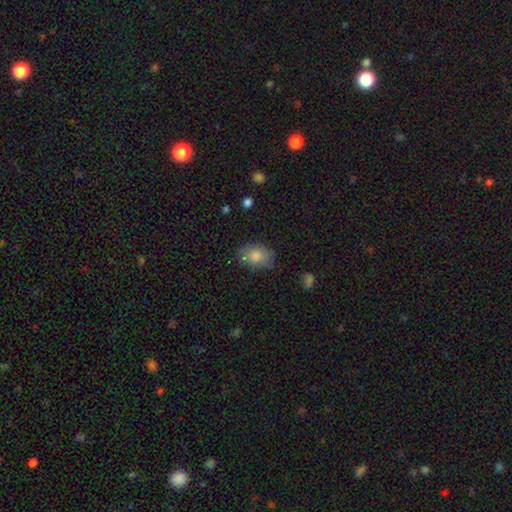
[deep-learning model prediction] This is clearly a smooth galaxy (80%). How rounded: clearly in between (81%). Merging: likely none (78%).